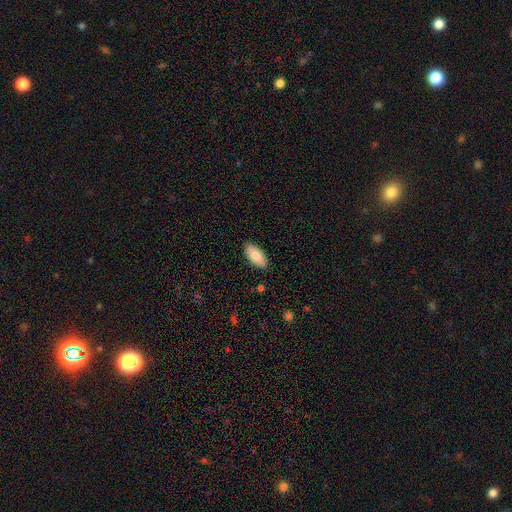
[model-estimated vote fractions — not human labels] smooth_or_featured: smooth (p=0.80) [alt: featured or disk p=0.14]
how_rounded: in between (p=0.91) [alt: cigar-shaped p=0.06]
merging: none (p=0.88) [alt: minor disturbance p=0.09]